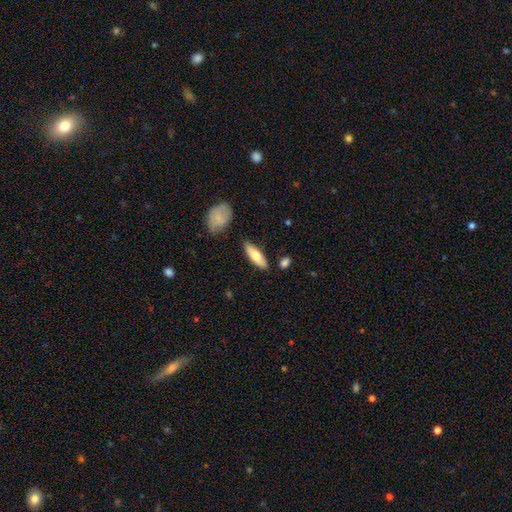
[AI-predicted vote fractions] This appears to be a smooth galaxy with no disk features (69%) that is in between round and cigar-shaped (51%). Merging: none (84%).